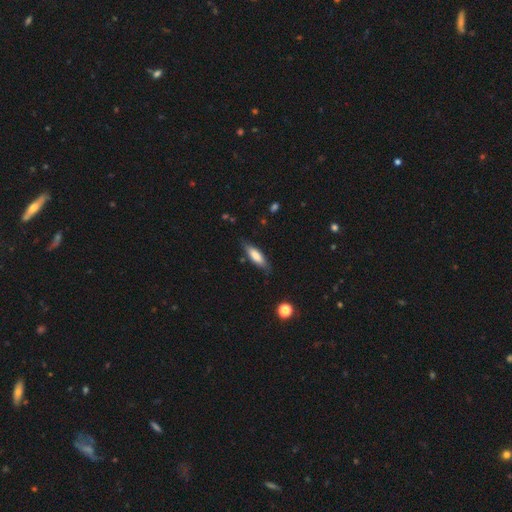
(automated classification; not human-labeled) smooth 75%, featured or disk 19%, star or artifact 6%. Down the decision tree: how rounded — cigar-shaped (53%); merging — none (79%).